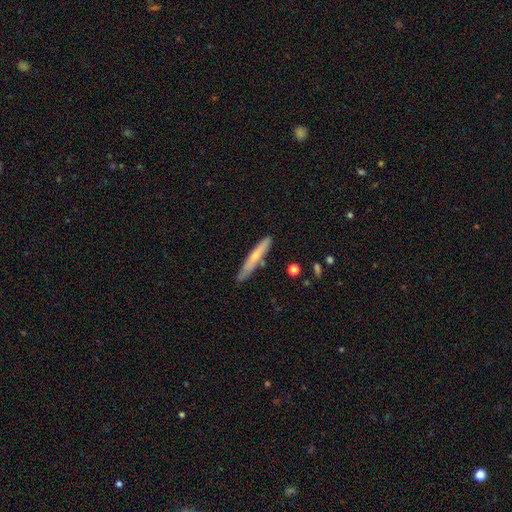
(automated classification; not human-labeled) smooth-or-featured: smooth: 57% | featured or disk: 37% | star or artifact: 6%
  how-rounded: cigar-shaped: 94% | in between: 5% | round: 1%
  merging: none: 78% | minor disturbance: 16% | merger: 4% | major disturbance: 2%